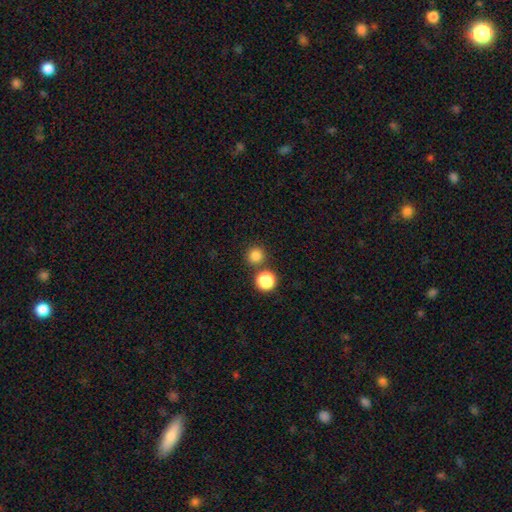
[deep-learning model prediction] Overall: smooth (82%). How rounded: round (94%). Merging: none (76%).